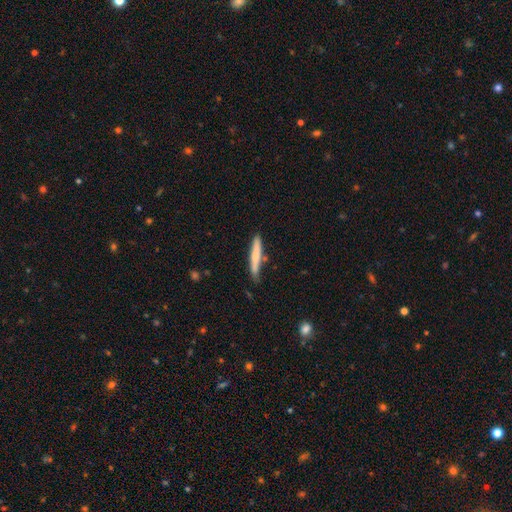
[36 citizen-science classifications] Smooth or featured? smooth (64%)
How rounded? cigar-shaped (96%)
Merging? none (74%)